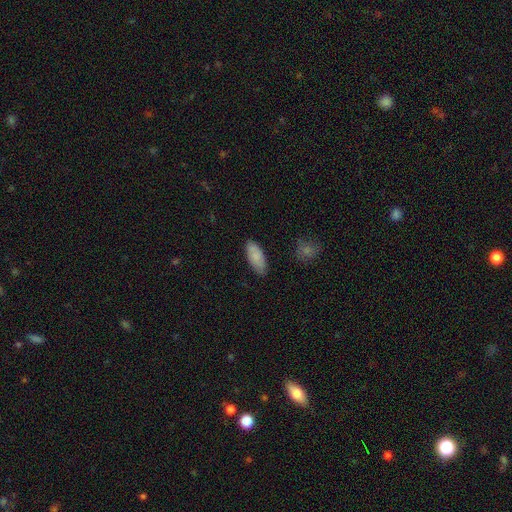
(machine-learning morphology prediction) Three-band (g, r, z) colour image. It shows a smooth galaxy with no disk features (85%) that is in between round and cigar-shaped (85%). Merging: none (82%).